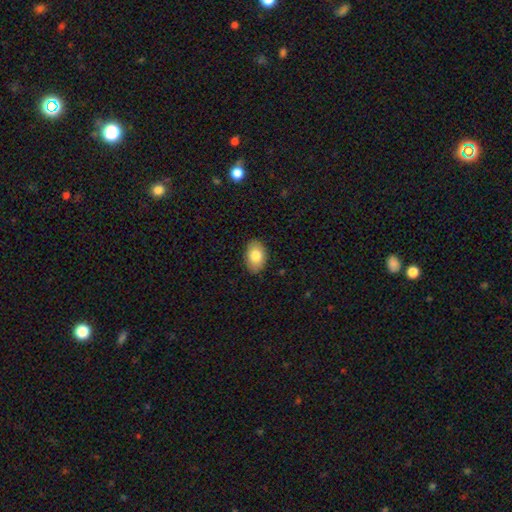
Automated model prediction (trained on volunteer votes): This appears to be a smooth galaxy with no disk features (81%) that is in between round and cigar-shaped (86%). Merging: none (87%).